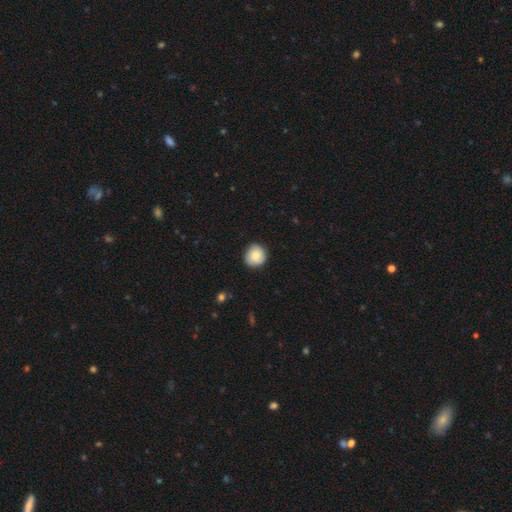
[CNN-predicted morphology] Smooth or featured: smooth — 83% (featured or disk — 10%)
How rounded: round — 92% (in between — 7%)
Merging: none — 87% (minor disturbance — 10%)